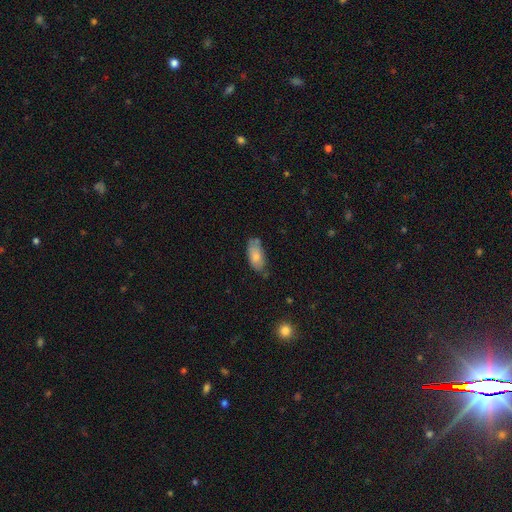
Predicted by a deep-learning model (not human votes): This is likely a smooth galaxy (76%). How rounded: clearly in between (90%). Merging: possibly none (59%).